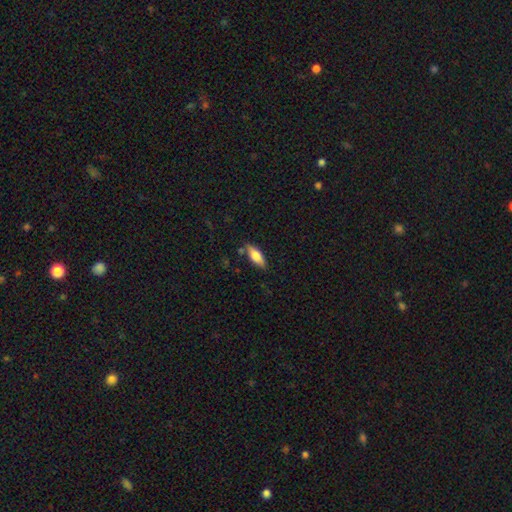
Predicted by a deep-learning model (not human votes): This is likely a smooth galaxy (72%). How rounded: likely in between (71%). Merging: likely none (78%).